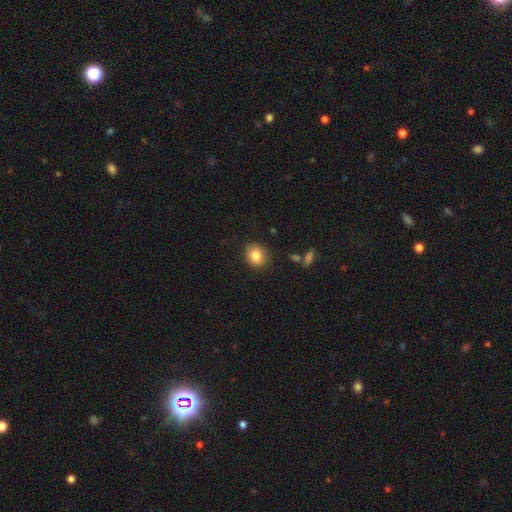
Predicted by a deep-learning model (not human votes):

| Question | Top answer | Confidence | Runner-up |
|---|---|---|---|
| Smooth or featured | smooth | 83% | star or artifact (10%) |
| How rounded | round | 72% | in between (27%) |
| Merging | none | 88% | minor disturbance (9%) |